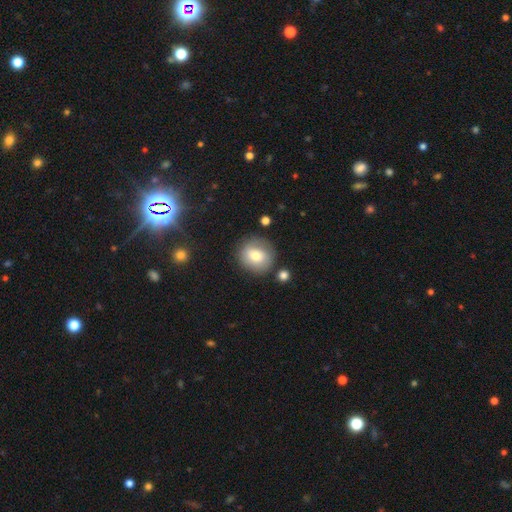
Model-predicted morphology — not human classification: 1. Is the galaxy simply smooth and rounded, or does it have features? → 72% smooth, 19% featured or disk, 9% star or artifact.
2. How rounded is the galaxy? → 86% round, 13% in between, 1% cigar-shaped.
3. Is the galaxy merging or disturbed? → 80% none, 12% minor disturbance, 4% merger, 4% major disturbance.